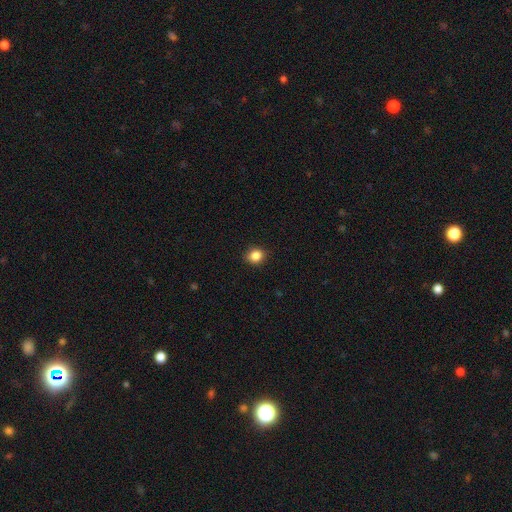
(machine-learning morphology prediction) A smooth galaxy with no disk features (85%) that is round (76%). Merging: none (88%).